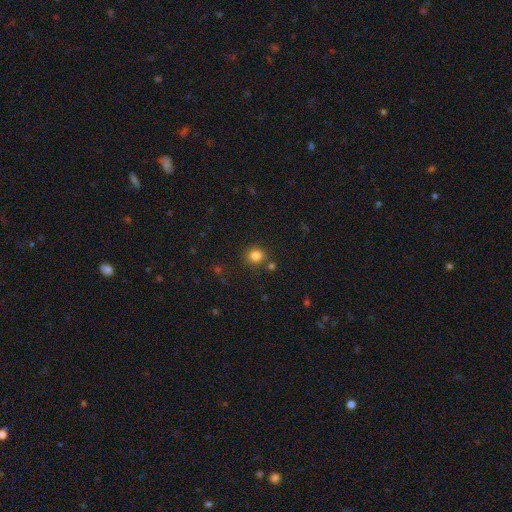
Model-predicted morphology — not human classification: Q: Smooth or featured?
A: smooth (82%); runner-up: star or artifact (13%)
Q: How rounded?
A: round (87%); runner-up: in between (13%)
Q: Merging?
A: none (80%); runner-up: minor disturbance (9%)